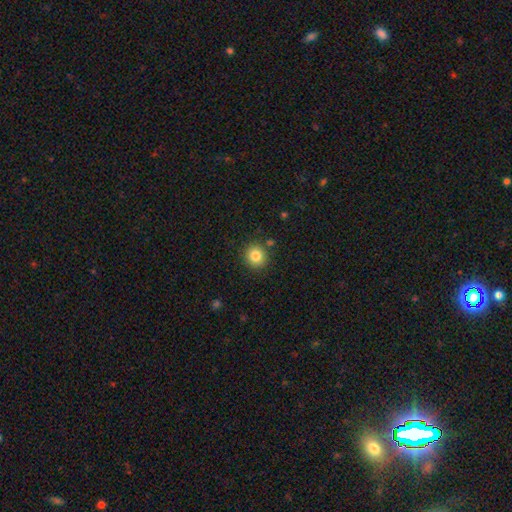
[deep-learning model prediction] Smooth or featured? Predicted: smooth (p=0.83). How rounded? Predicted: round (p=0.90). Merging? Predicted: none (p=0.88).